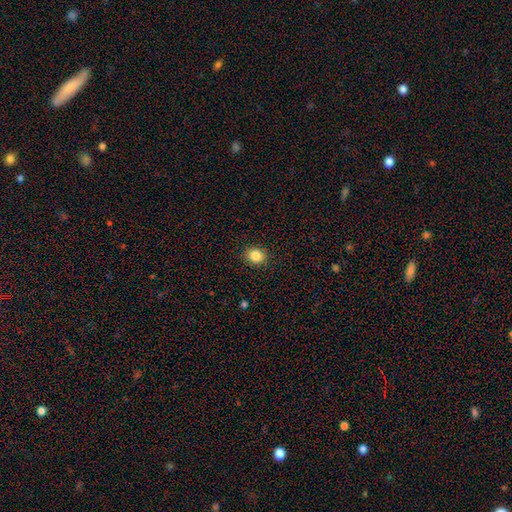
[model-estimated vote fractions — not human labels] Overall: smooth (85%). How rounded: round (73%). Merging: none (90%).